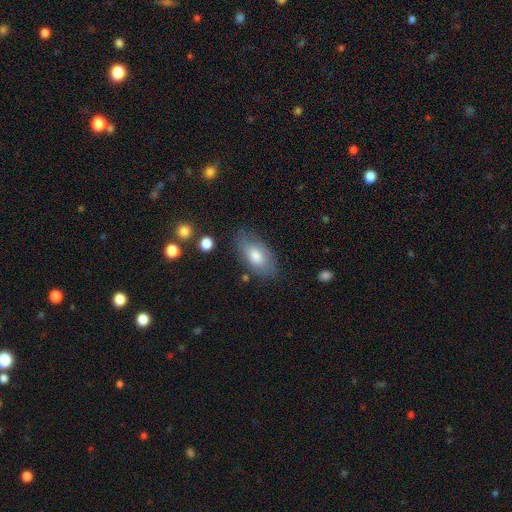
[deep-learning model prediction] A smooth galaxy with no disk features (71%) that is in between round and cigar-shaped (91%). Merging: none (75%).